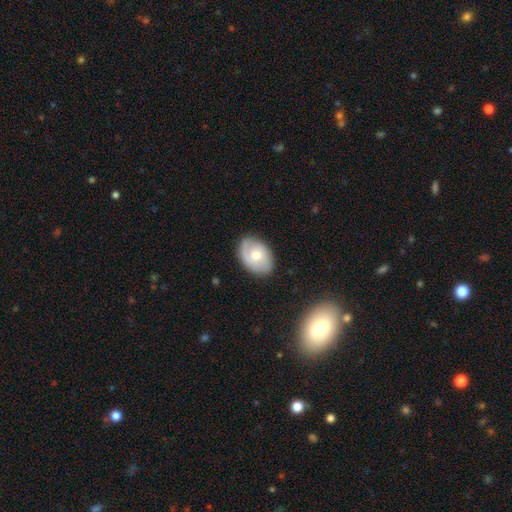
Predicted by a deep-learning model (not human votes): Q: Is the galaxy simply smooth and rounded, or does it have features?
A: smooth — 51%.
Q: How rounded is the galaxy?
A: in between — 77%.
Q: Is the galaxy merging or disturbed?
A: none — 79%.